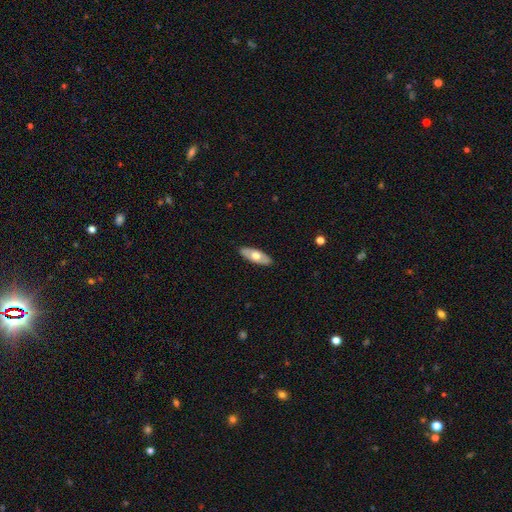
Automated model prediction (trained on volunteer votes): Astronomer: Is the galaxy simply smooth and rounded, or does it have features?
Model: smooth — 58% (runner-up: featured or disk, 37%).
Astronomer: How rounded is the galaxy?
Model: in between — 80%.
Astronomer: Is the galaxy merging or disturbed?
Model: none — 89%.